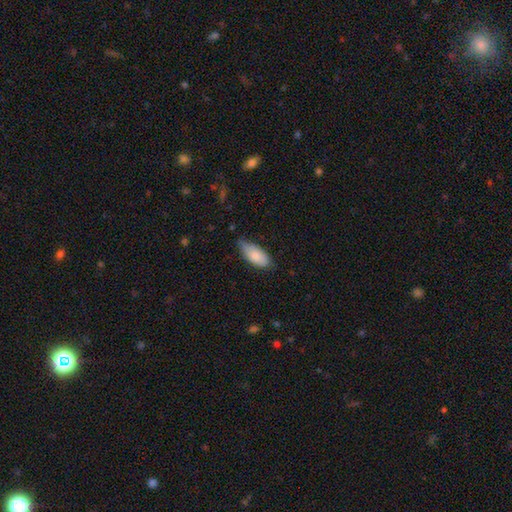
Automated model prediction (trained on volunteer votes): A smooth galaxy with no disk features (83%) that is in between round and cigar-shaped (89%).

Vote fractions:
- Smooth or featured? smooth: 83% / featured or disk: 11% / star or artifact: 6%
- How rounded? in between: 89% / cigar-shaped: 10% / round: 2%
- Merging? none: 53% / minor disturbance: 39% / major disturbance: 6% / merger: 2%